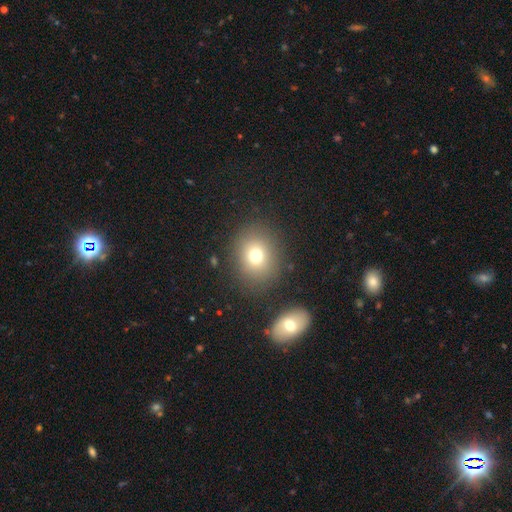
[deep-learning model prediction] This is likely a smooth galaxy (73%). How rounded: likely round (70%). Merging: clearly none (82%).